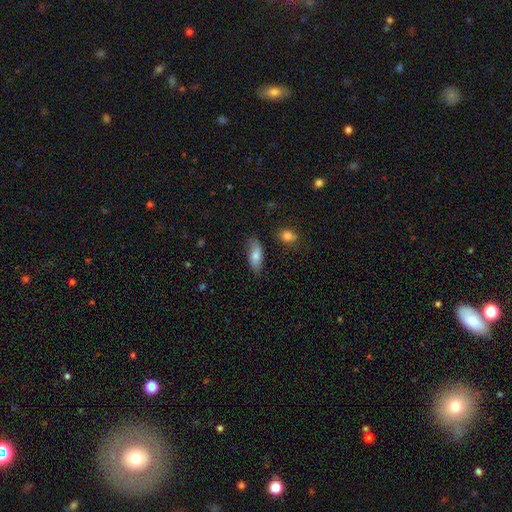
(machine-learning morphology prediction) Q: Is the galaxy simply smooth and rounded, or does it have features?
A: smooth — 77%.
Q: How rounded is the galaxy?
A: in between — 80%.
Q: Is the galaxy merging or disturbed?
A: none — 70%.